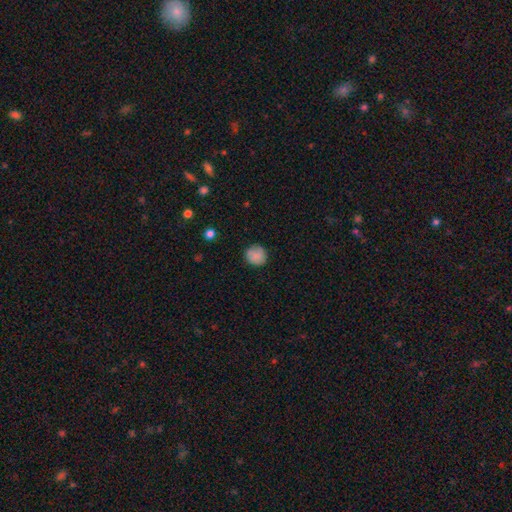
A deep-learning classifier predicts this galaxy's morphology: smooth_or_featured: smooth (p=0.84) [alt: star or artifact p=0.08]
how_rounded: round (p=0.90) [alt: in between p=0.09]
merging: none (p=0.82) [alt: minor disturbance p=0.14]